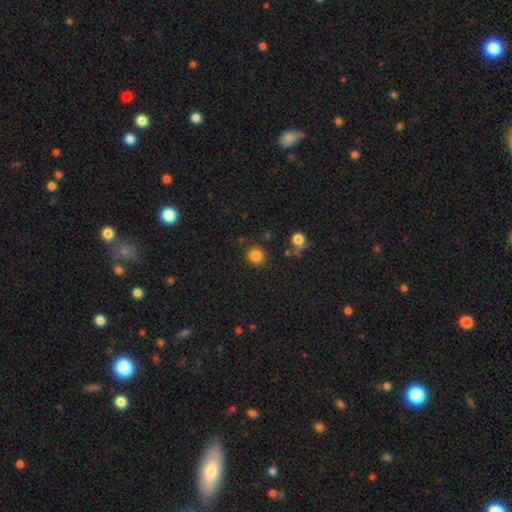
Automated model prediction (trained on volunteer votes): This is clearly a smooth galaxy (84%). How rounded: clearly round (89%). Merging: clearly none (86%).